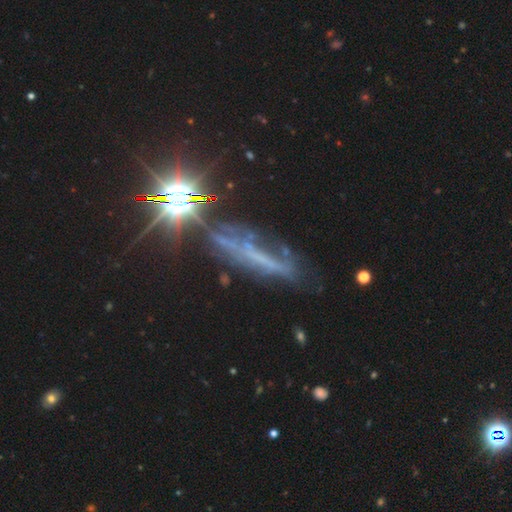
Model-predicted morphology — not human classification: This appears to be a featured or disk galaxy (49%). Merging: none (53%).